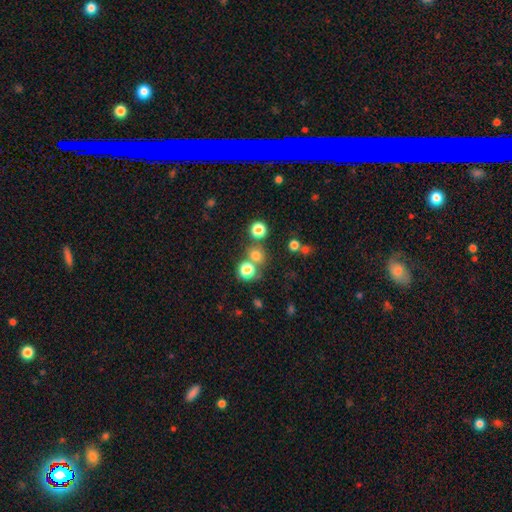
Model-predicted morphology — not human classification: smooth 72%, star or artifact 20%, featured or disk 8%. Down the decision tree: how rounded — round (87%); merging — none (65%).